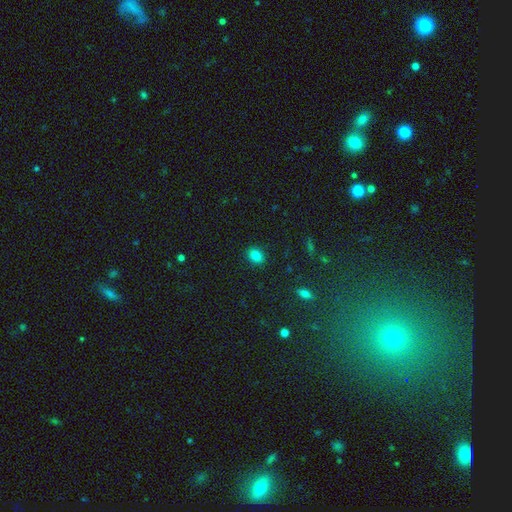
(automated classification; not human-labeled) smooth 84%, star or artifact 11%, featured or disk 5%. Down the decision tree: how rounded — in between (64%); merging — none (88%).